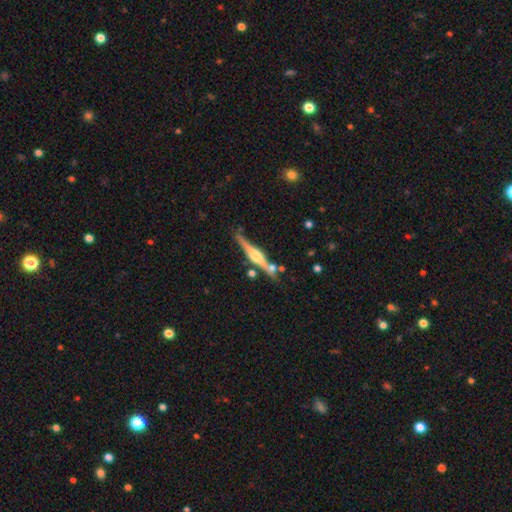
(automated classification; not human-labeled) Smooth or featured? featured or disk (78%)
Edge-on disk? yes (98%)
Edge-on bulge? rounded (88%)
Merging? none (77%)